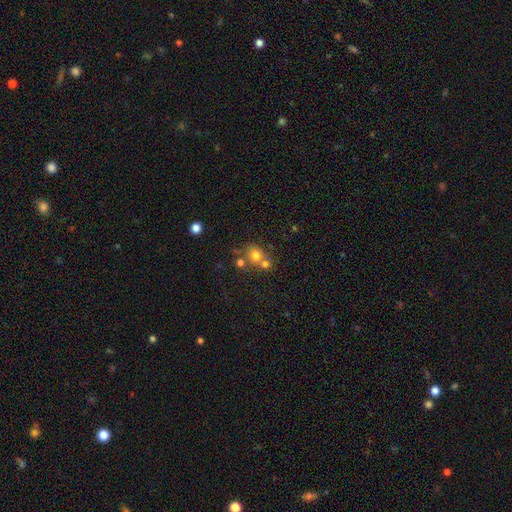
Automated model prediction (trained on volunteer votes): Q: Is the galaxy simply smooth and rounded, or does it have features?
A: smooth — 71%.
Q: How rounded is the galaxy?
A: round — 78%.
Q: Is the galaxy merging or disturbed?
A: none — 49%.